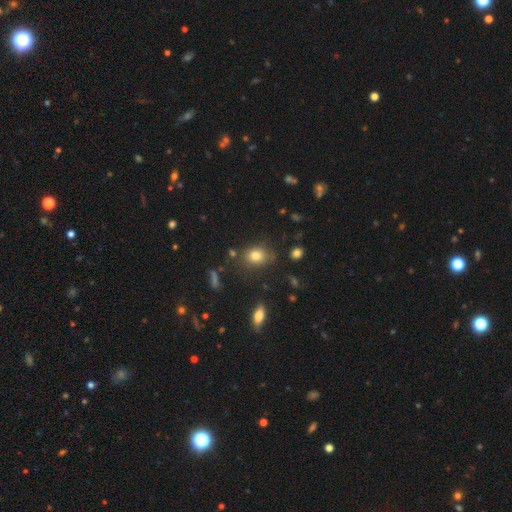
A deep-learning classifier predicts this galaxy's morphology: type=smooth (79%); roundness=in between (54%); merging=none (73%).